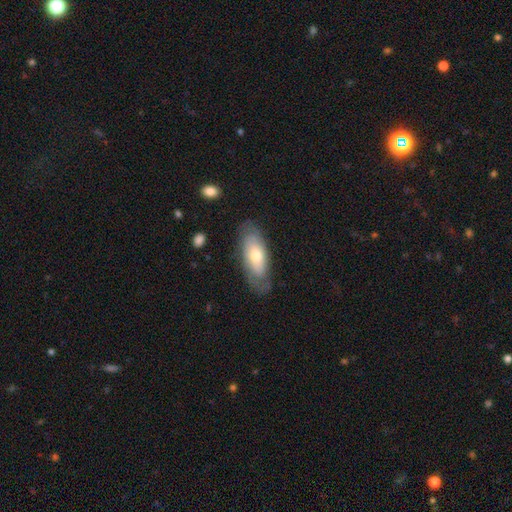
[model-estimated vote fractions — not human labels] The model was most divided on "smooth or featured": smooth: 54%, featured or disk: 40%, star or artifact: 6%. More confident: how rounded — in between (79%); merging — none (74%).